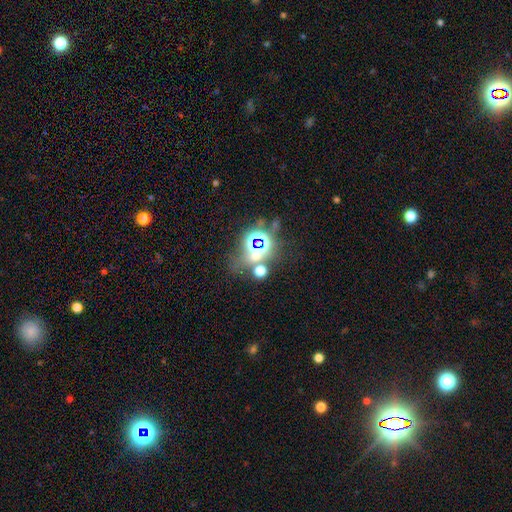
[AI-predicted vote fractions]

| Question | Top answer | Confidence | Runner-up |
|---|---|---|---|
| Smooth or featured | star or artifact | 57% | smooth (33%) |